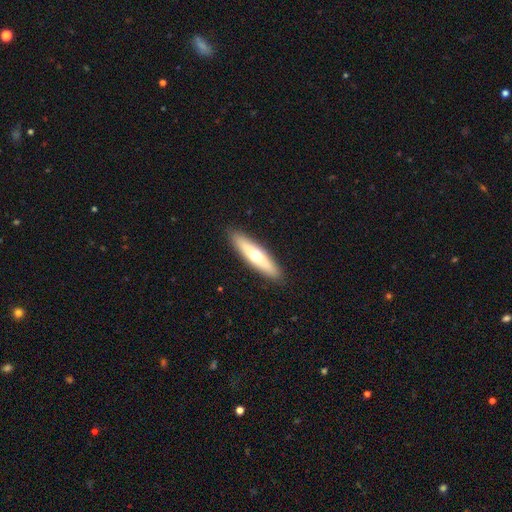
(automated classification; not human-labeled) smooth_or_featured: smooth (p=0.52) [alt: featured or disk p=0.43]
how_rounded: cigar-shaped (p=0.76) [alt: in between p=0.23]
merging: none (p=0.91) [alt: minor disturbance p=0.07]